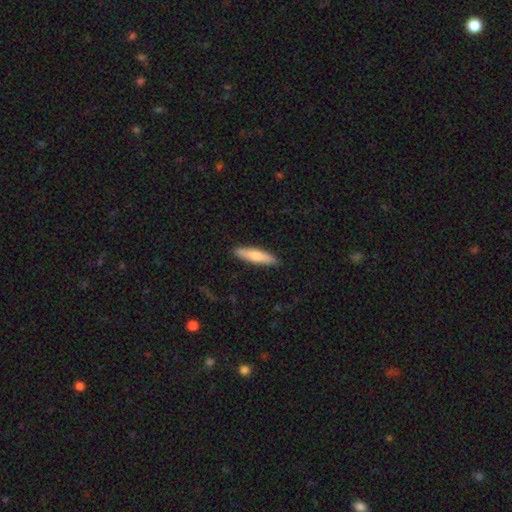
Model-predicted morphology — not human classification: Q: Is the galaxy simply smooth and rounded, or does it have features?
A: smooth — 75%.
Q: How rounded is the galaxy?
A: cigar-shaped — 79%.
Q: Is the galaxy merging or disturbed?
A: none — 90%.